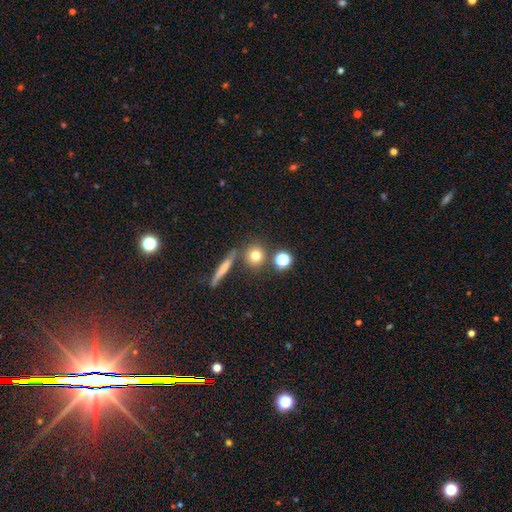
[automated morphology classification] Smooth or featured: smooth — 73% (star or artifact — 14%)
How rounded: round — 86% (in between — 10%)
Merging: none — 74% (merger — 13%)